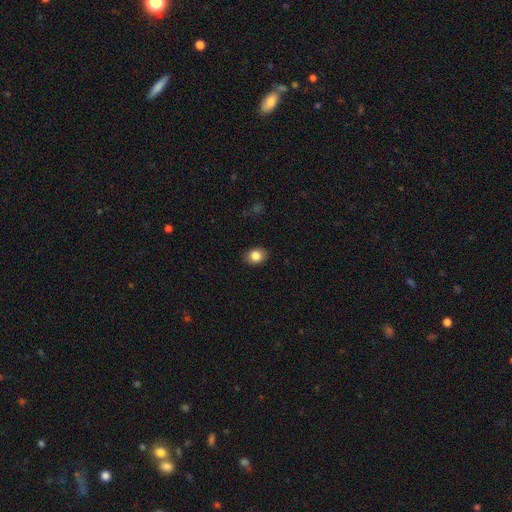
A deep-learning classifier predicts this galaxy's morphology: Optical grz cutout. It shows a smooth galaxy with no disk features (84%) that is in between round and cigar-shaped (52%). Merging: none (87%).